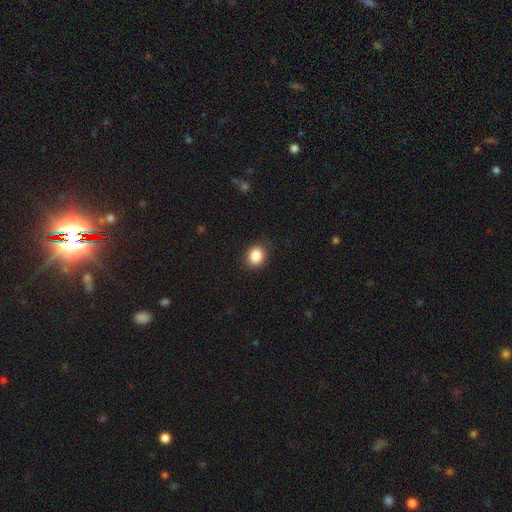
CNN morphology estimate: Smooth or featured? Predicted: smooth (p=0.87). How rounded? Predicted: round (p=0.70). Merging? Predicted: none (p=0.87).